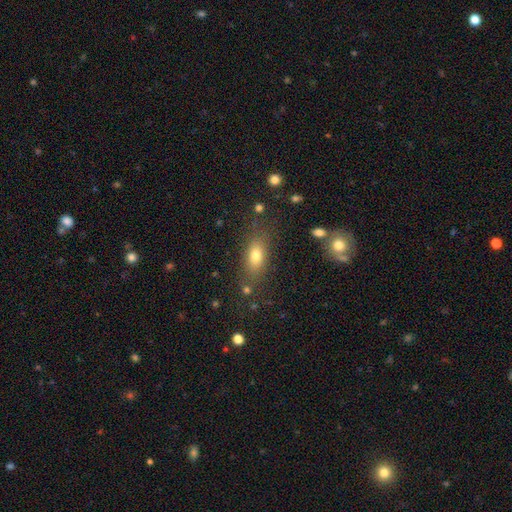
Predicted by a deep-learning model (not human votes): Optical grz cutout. It shows a smooth galaxy with no disk features (73%) that is in between round and cigar-shaped (73%). Merging: none (77%).